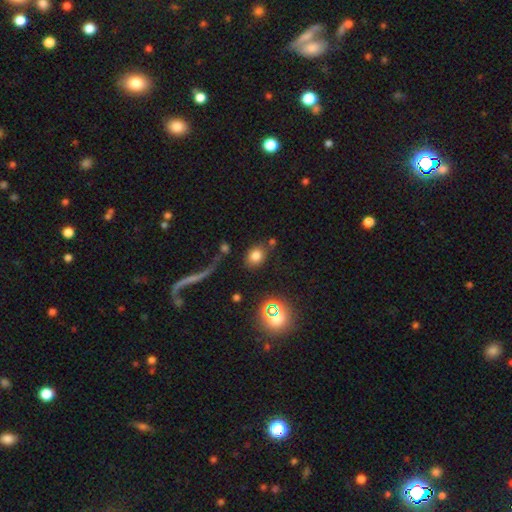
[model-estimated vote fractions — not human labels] smooth 77%, star or artifact 14%, featured or disk 9%. Down the decision tree: how rounded — round (51%); merging — none (74%).